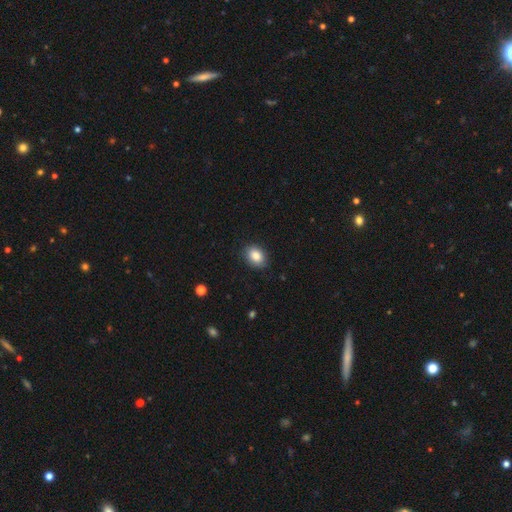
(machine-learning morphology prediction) smooth_or_featured: smooth (p=0.86) [alt: star or artifact p=0.08]
how_rounded: in between (p=0.71) [alt: round p=0.28]
merging: none (p=0.86) [alt: minor disturbance p=0.11]